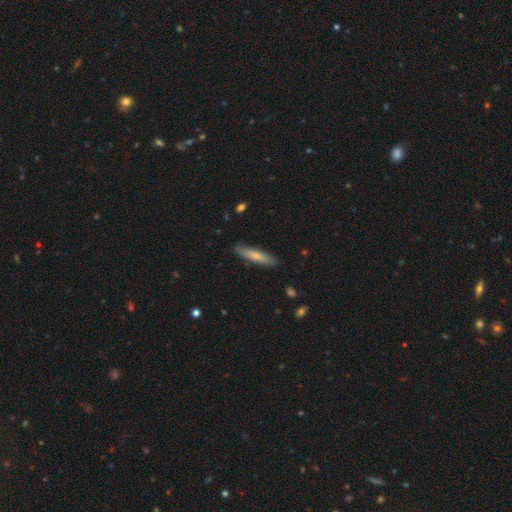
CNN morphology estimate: Smooth or featured? Predicted: smooth (p=0.68). How rounded? Predicted: cigar-shaped (p=0.85). Merging? Predicted: none (p=0.85).